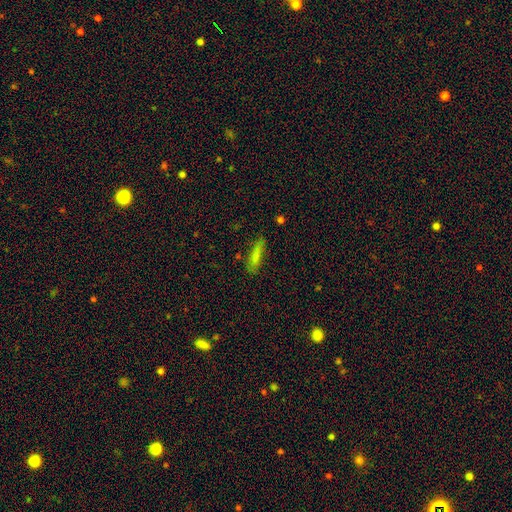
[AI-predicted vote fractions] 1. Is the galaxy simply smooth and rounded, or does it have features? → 79% smooth, 12% featured or disk, 9% star or artifact.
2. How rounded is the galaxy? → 72% cigar-shaped, 26% in between, 2% round.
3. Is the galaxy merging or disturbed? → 76% none, 17% minor disturbance, 4% major disturbance, 3% merger.